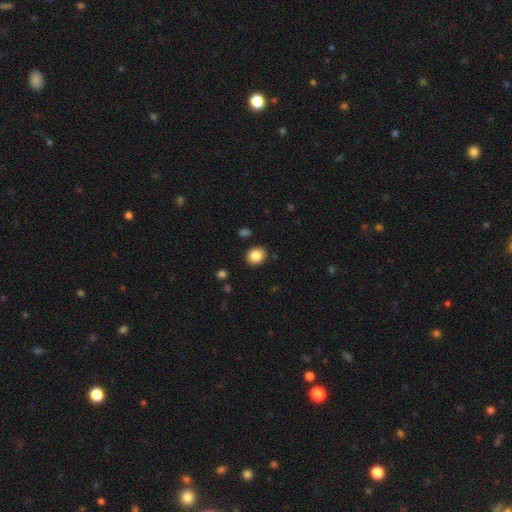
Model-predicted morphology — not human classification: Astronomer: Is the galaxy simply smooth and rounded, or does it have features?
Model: smooth — 86%.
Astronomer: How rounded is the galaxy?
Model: round — 60% (runner-up: in between, 39%).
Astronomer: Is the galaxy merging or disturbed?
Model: none — 89%.